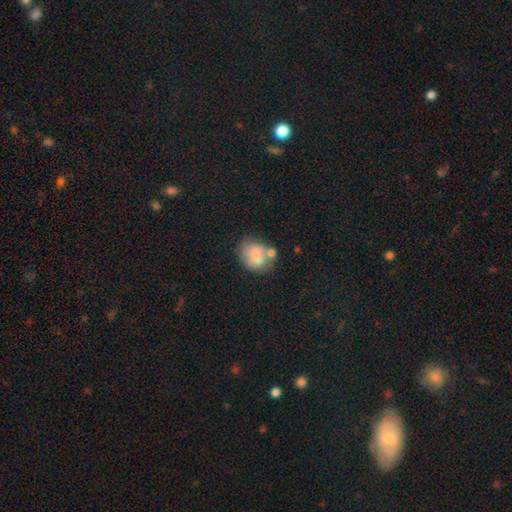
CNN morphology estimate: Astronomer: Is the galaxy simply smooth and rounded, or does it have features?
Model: smooth — 74%.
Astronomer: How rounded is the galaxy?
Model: round — 56% (runner-up: in between, 43%).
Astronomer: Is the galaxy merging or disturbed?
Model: none — 47% (runner-up: minor disturbance, 23%).